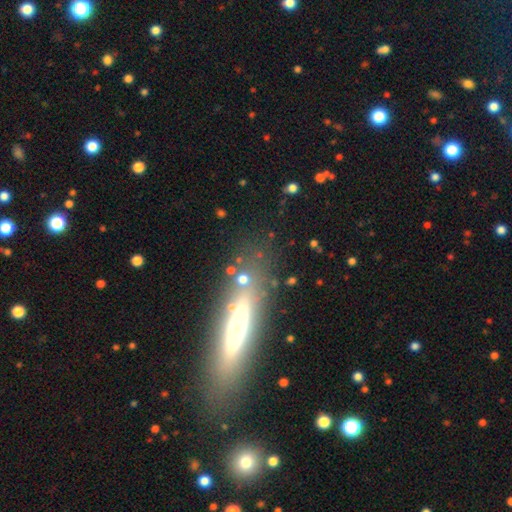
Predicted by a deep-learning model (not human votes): A featured or disk galaxy (48%).

Vote fractions:
- Smooth or featured? featured or disk: 48% / smooth: 38% / star or artifact: 14%
- Merging? none: 76% / minor disturbance: 13% / major disturbance: 7% / merger: 4%